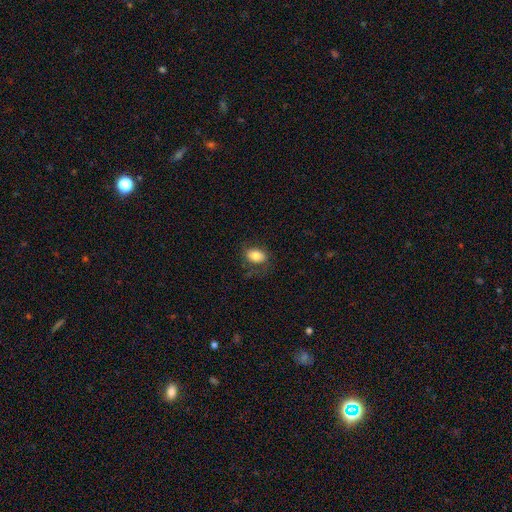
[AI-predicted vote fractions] smooth_or_featured: smooth (p=0.79) [alt: featured or disk p=0.13]
how_rounded: in between (p=0.83) [alt: round p=0.15]
merging: none (p=0.69) [alt: minor disturbance p=0.19]